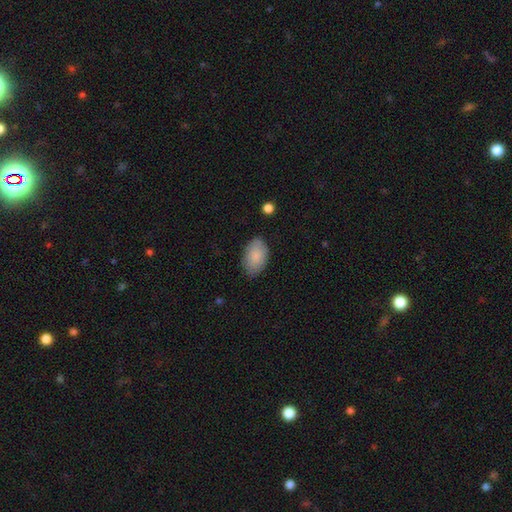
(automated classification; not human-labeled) smooth 86%, featured or disk 8%, star or artifact 6%. Down the decision tree: how rounded — in between (93%); merging — none (82%).